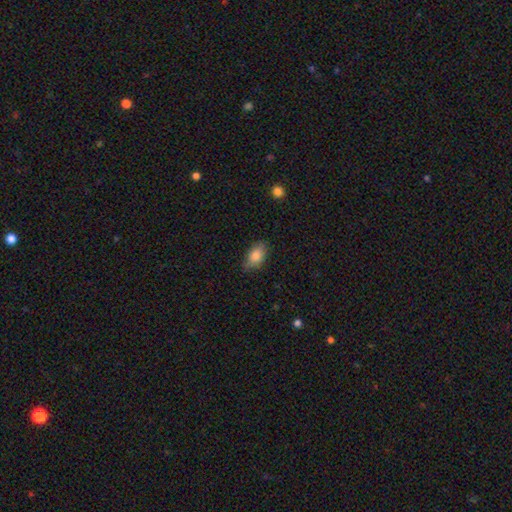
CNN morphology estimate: type=smooth (83%); roundness=in between (90%); merging=none (78%).